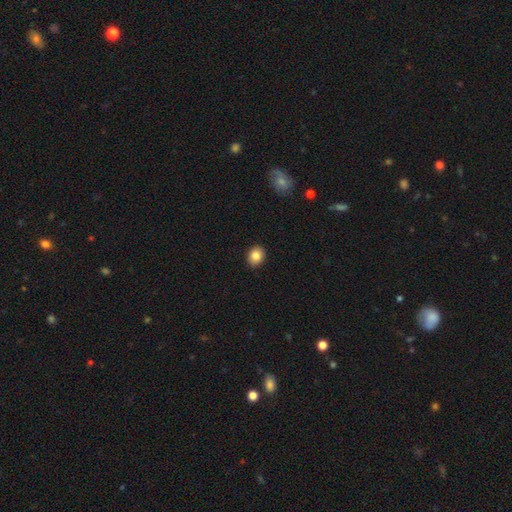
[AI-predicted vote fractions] Morphology: type=smooth (84%); roundness=round (59%); merging=none (90%).